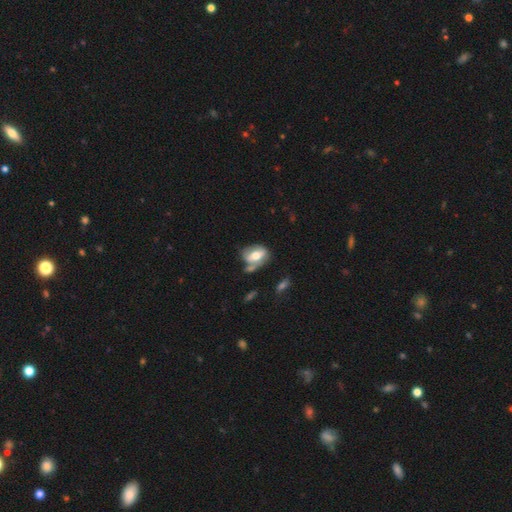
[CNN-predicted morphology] A smooth galaxy with no disk features (48%).

Vote fractions:
- Smooth or featured? smooth: 48% / featured or disk: 44% / star or artifact: 7%
- Merging? none: 39% / minor disturbance: 24% / merger: 22% / major disturbance: 15%